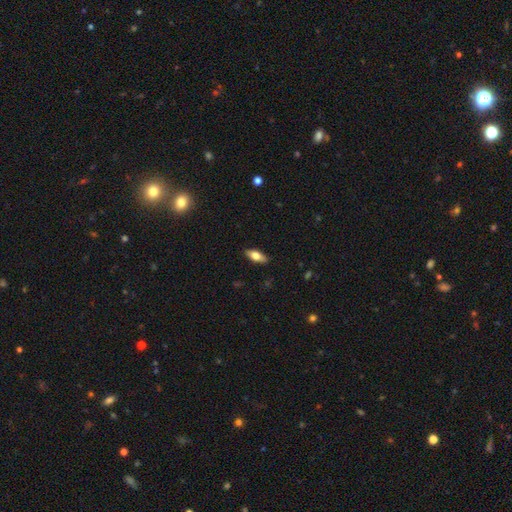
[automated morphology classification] Smooth or featured? smooth (70%)
How rounded? in between (79%)
Merging? none (88%)